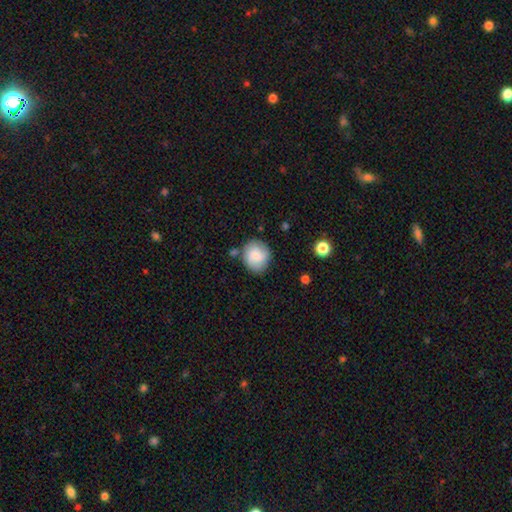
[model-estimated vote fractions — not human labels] Morphology: type=smooth (72%); roundness=round (78%); merging=none (74%).